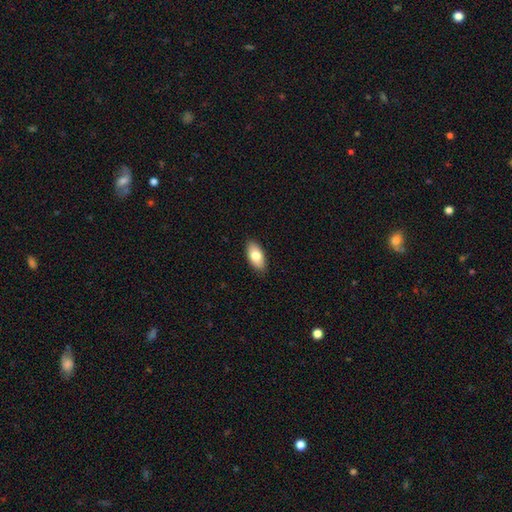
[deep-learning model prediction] smooth_or_featured: smooth (p=0.79) [alt: featured or disk p=0.15]
how_rounded: in between (p=0.92) [alt: cigar-shaped p=0.05]
merging: none (p=0.89) [alt: minor disturbance p=0.08]